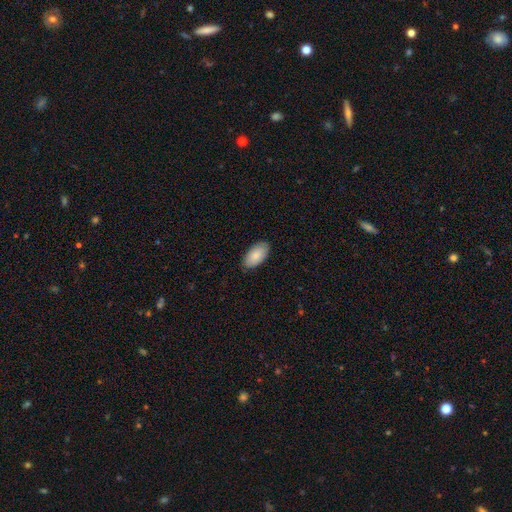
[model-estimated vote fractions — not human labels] This appears to be a smooth galaxy with no disk features (84%) that is in between round and cigar-shaped (96%). Merging: none (86%).